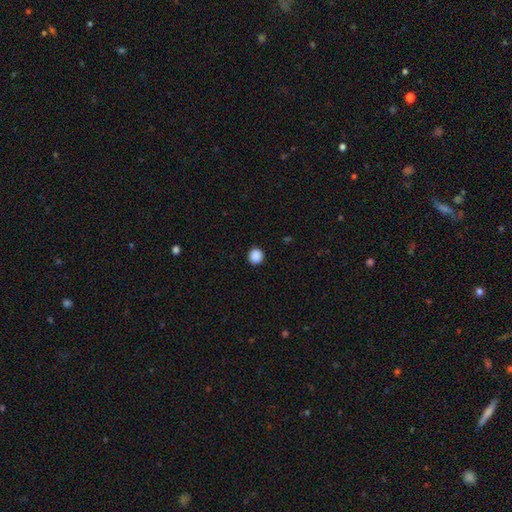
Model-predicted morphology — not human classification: A smooth galaxy with no disk features (89%) that is round (92%).

Vote fractions:
- Smooth or featured? smooth: 89% / star or artifact: 9% / featured or disk: 2%
- How rounded? round: 92% / in between: 7% / cigar-shaped: 1%
- Merging? none: 93% / minor disturbance: 5% / major disturbance: 2% / merger: 1%